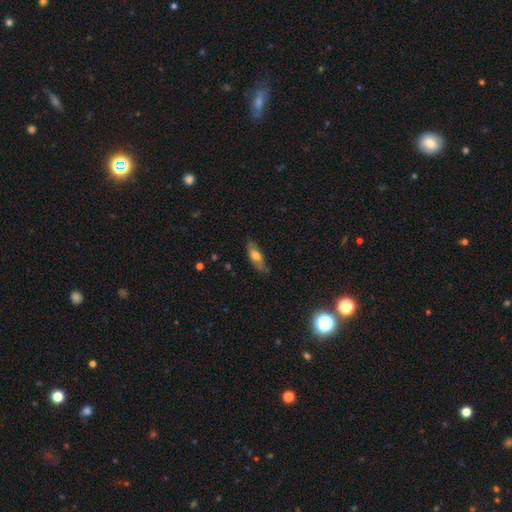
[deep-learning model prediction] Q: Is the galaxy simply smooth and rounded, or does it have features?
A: smooth — 62%.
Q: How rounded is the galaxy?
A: in between — 64%.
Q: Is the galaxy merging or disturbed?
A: none — 73%.